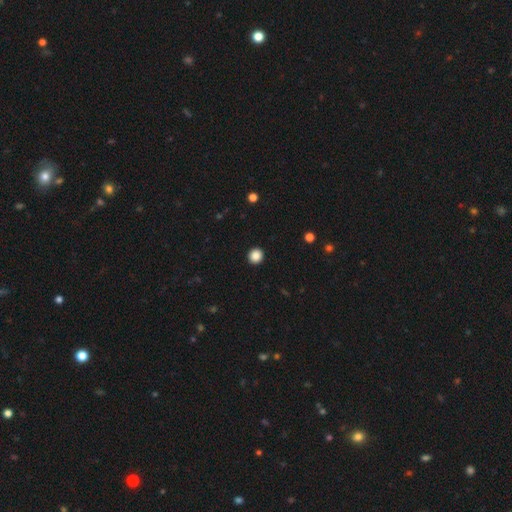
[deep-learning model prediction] smooth 87%, star or artifact 10%, featured or disk 3%. Down the decision tree: how rounded — round (91%); merging — none (93%).